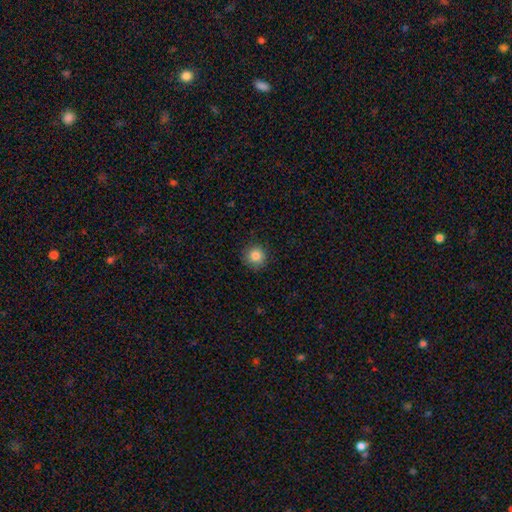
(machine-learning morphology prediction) smooth-or-featured: smooth: 85% | star or artifact: 10% | featured or disk: 4%
  how-rounded: round: 94% | in between: 5% | cigar-shaped: 1%
  merging: none: 89% | minor disturbance: 8% | major disturbance: 2% | merger: 1%